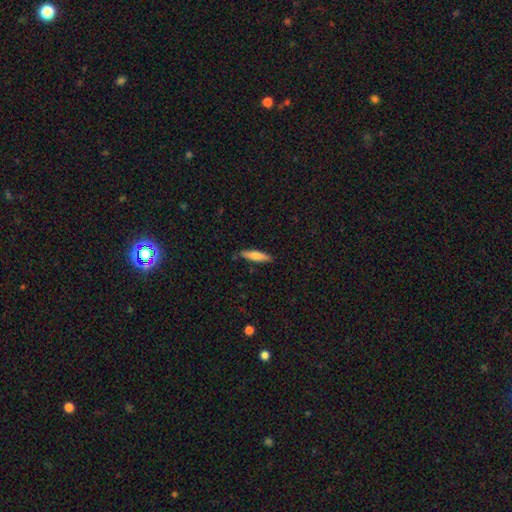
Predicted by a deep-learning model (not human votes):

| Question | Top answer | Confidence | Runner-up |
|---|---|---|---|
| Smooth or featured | smooth | 73% | featured or disk (21%) |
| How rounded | cigar-shaped | 77% | in between (21%) |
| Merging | none | 85% | minor disturbance (12%) |